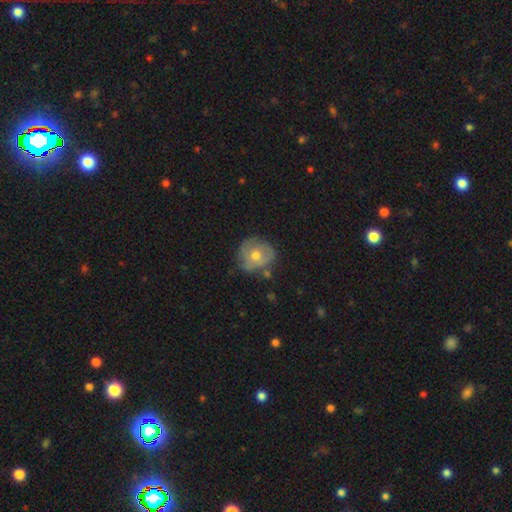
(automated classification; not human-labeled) smooth-or-featured: smooth: 46% (tied) | featured or disk: 46% (tied) | star or artifact: 7%
  merging: none: 62% | minor disturbance: 26% | major disturbance: 8% | merger: 4%